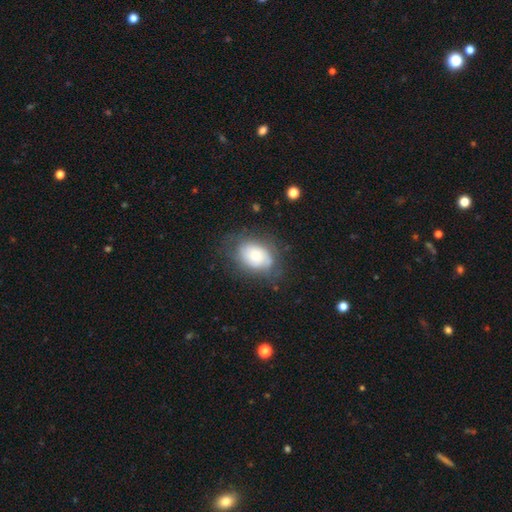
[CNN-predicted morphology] smooth_or_featured: smooth (p=0.47) [alt: featured or disk p=0.45]
merging: none (p=0.60) [alt: minor disturbance p=0.24]